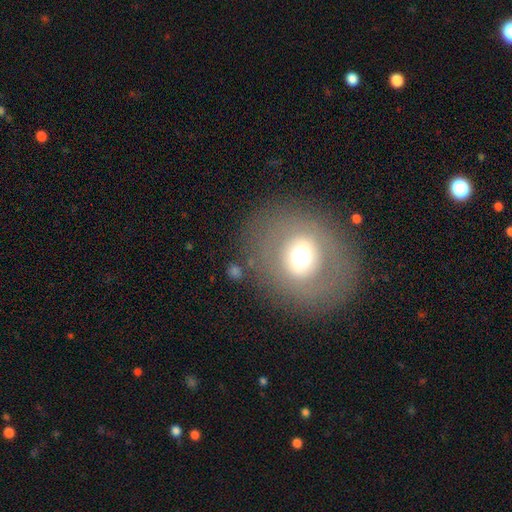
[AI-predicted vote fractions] Q: Smooth or featured?
A: smooth (52%); runner-up: featured or disk (37%)
Q: How rounded?
A: round (71%); runner-up: in between (28%)
Q: Merging?
A: none (82%); runner-up: minor disturbance (10%)